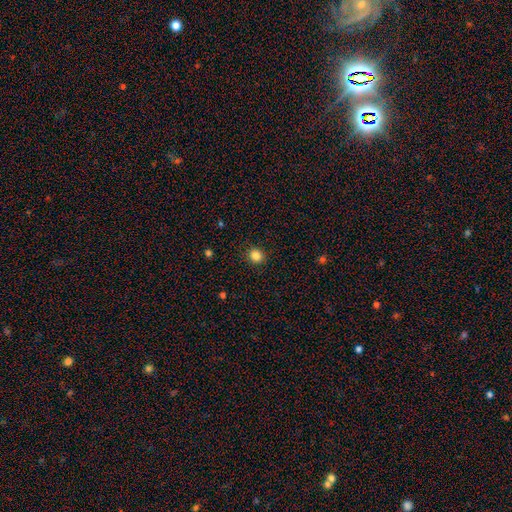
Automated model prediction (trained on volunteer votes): This appears to be a smooth galaxy with no disk features (85%) that is round (86%). Merging: none (91%).